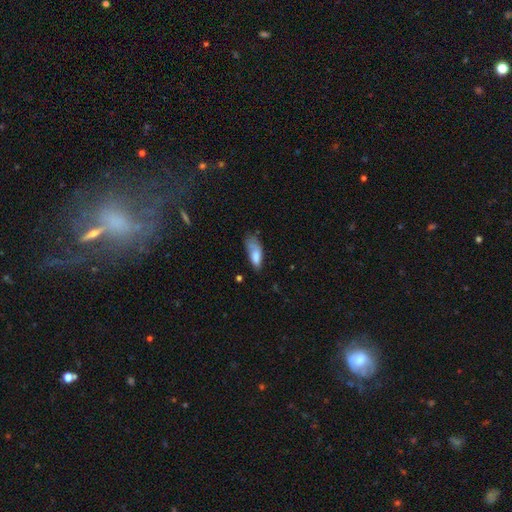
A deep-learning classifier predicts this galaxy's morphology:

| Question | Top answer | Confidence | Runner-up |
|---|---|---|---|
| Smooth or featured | smooth | 77% | featured or disk (15%) |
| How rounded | in between | 74% | cigar-shaped (24%) |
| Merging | minor disturbance | 36% | none (33%) |